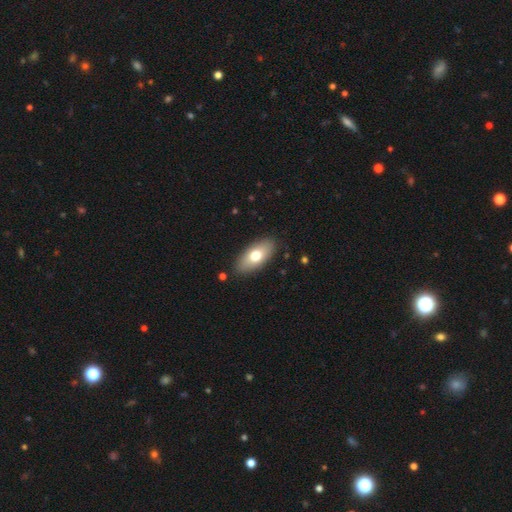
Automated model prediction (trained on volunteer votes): This appears to be a smooth galaxy with no disk features (70%) that is in between round and cigar-shaped (89%). Merging: none (87%).